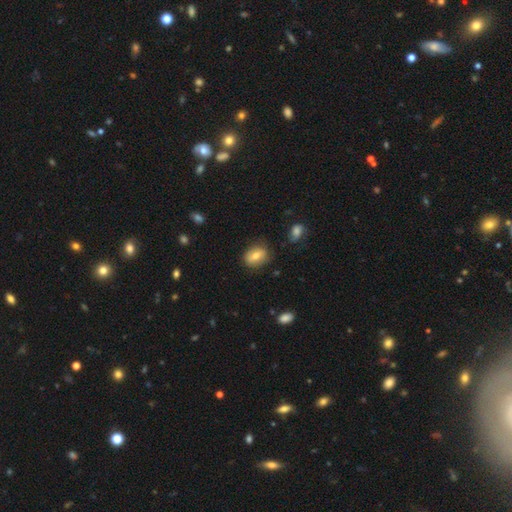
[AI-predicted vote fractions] This appears to be a smooth galaxy with no disk features (71%) that is in between round and cigar-shaped (70%). Merging: none (74%).